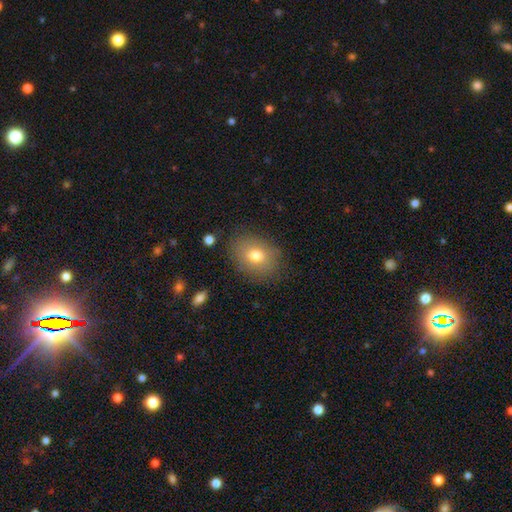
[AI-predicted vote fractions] Smooth or featured: smooth — 75% (featured or disk — 15%)
How rounded: in between — 65% (round — 34%)
Merging: none — 81% (minor disturbance — 13%)